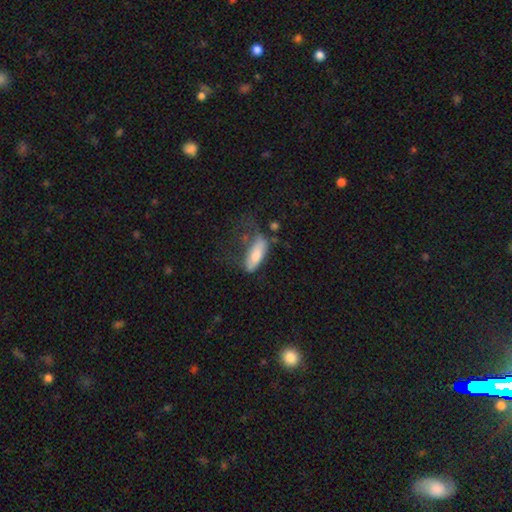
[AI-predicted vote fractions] Overall: smooth (74%). How rounded: in between (65%; cigar-shaped 33%). Merging: major disturbance (33%; none 32%).